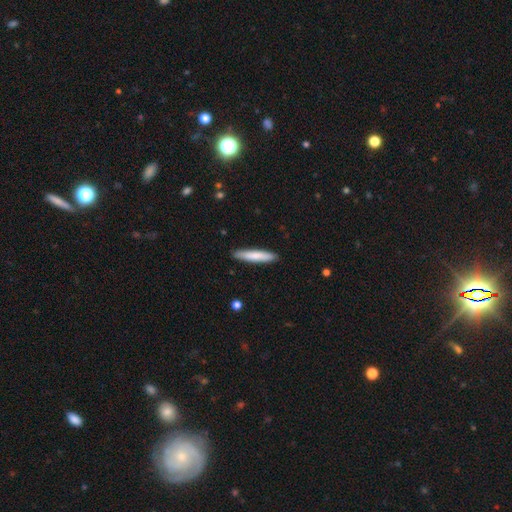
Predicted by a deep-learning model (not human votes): Smooth or featured: smooth — 78% (featured or disk — 17%)
How rounded: cigar-shaped — 90% (in between — 9%)
Merging: none — 90% (minor disturbance — 8%)